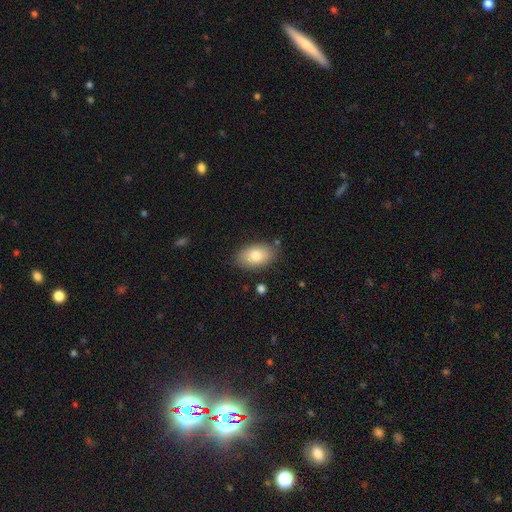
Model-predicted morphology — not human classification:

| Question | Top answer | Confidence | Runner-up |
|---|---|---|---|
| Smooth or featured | smooth | 79% | featured or disk (14%) |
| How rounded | in between | 91% | round (7%) |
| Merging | none | 82% | minor disturbance (12%) |